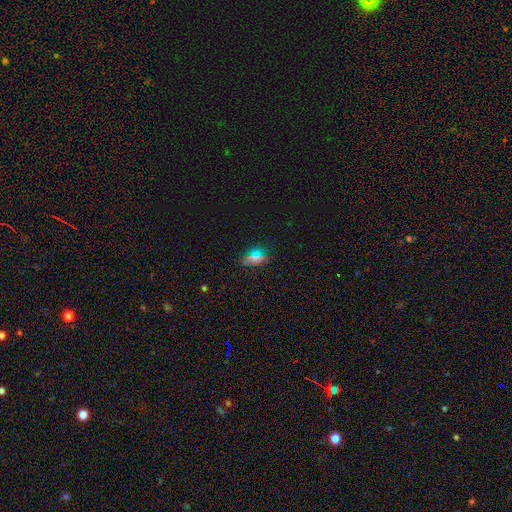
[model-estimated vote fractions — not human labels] Smooth or featured: smooth — 59% (star or artifact — 29%)
How rounded: in between — 65% (round — 29%)
Merging: none — 84% (minor disturbance — 11%)